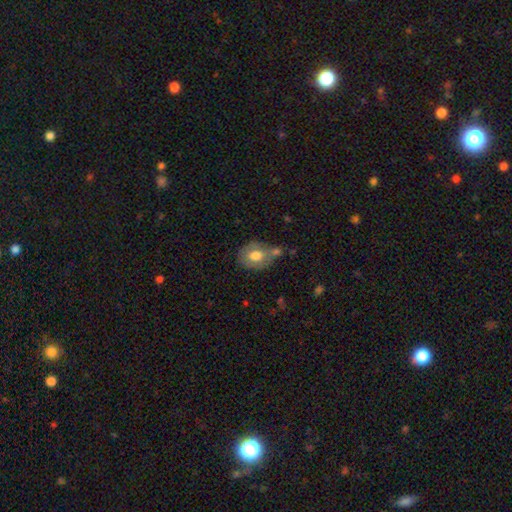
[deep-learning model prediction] Smooth or featured? smooth (69%)
How rounded? in between (55%)
Merging? none (47%)